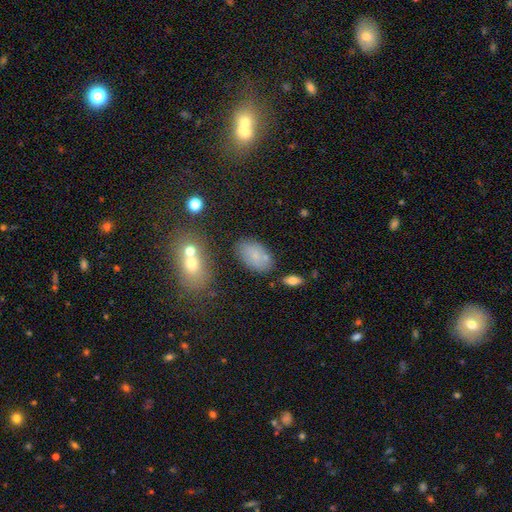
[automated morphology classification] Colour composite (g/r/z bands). It shows a smooth galaxy with no disk features (71%) that is in between round and cigar-shaped (91%). Merging: none (72%).